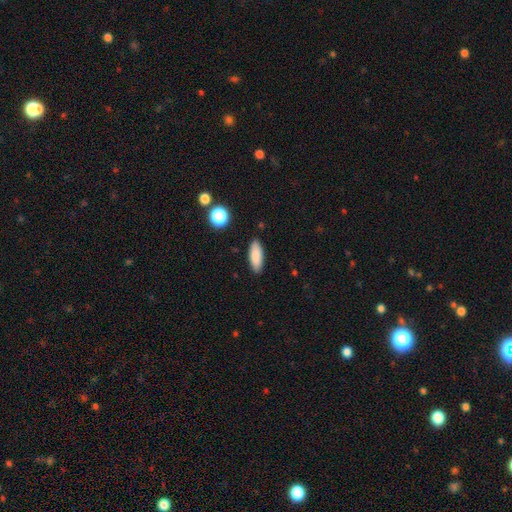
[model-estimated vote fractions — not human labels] Overall: smooth (86%). How rounded: in between (69%). Merging: none (88%).